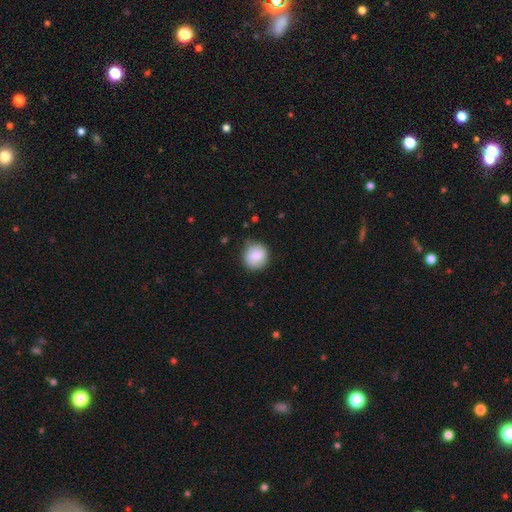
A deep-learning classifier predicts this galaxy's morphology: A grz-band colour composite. It shows a smooth galaxy with no disk features (77%) that is round (90%). Merging: none (85%).